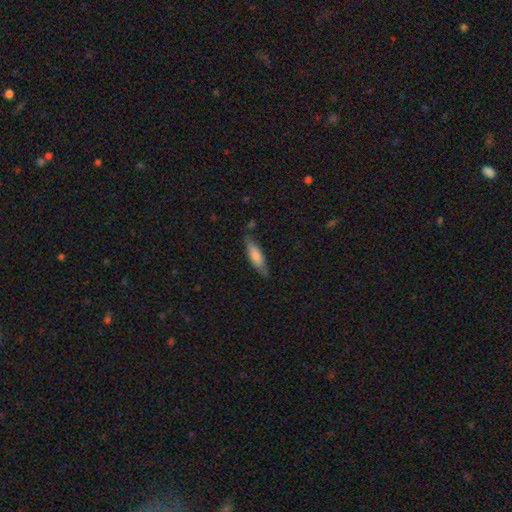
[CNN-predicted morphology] Smooth or featured?
  - smooth: 75% *
  - featured or disk: 19%
  - star or artifact: 6%
How rounded?
  - cigar-shaped: 62% *
  - in between: 36%
  - round: 1%
Merging?
  - none: 77% *
  - minor disturbance: 17%
  - major disturbance: 3%
  - merger: 2%